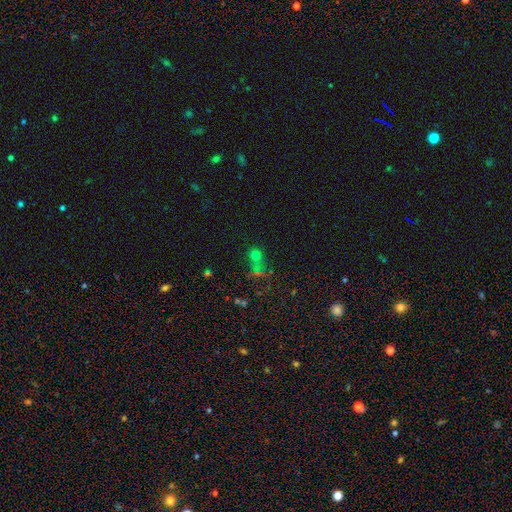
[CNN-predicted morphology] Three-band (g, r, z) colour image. It shows a smooth galaxy with no disk features (57%) that is round (77%). Merging: none (44%).